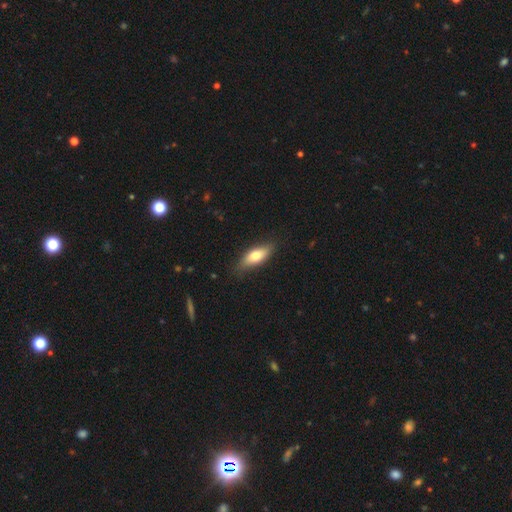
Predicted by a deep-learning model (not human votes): A smooth galaxy with no disk features (71%) that is in between round and cigar-shaped (67%).

Vote fractions:
- Smooth or featured? smooth: 71% / featured or disk: 23% / star or artifact: 6%
- How rounded? in between: 67% / cigar-shaped: 30% / round: 3%
- Merging? none: 81% / minor disturbance: 15% / major disturbance: 3% / merger: 1%